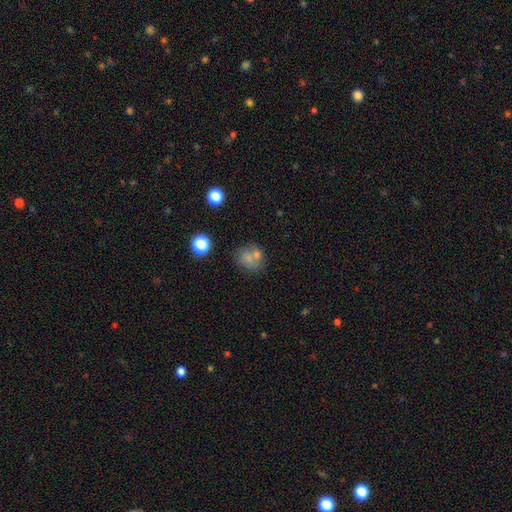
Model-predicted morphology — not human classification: Q: Smooth or featured?
A: smooth (59%); runner-up: star or artifact (22%)
Q: How rounded?
A: round (72%); runner-up: in between (27%)
Q: Merging?
A: none (57%); runner-up: merger (24%)